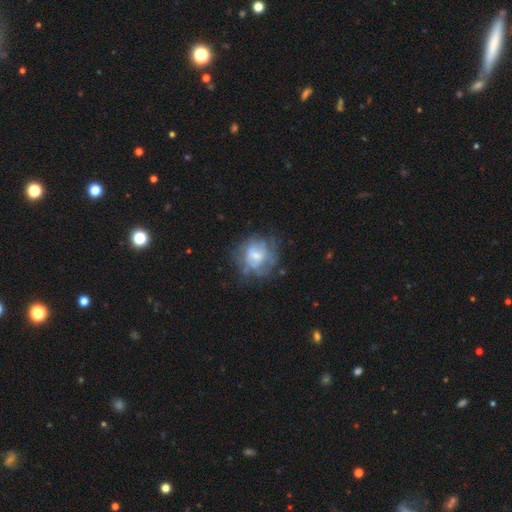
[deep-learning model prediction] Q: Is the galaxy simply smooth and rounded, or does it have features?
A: featured or disk — 54%.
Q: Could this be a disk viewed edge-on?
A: no — 97%.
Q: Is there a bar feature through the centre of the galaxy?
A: no — 57%.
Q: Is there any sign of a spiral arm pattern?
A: no — 60%.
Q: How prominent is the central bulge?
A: small — 43%.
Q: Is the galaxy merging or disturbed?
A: none — 53%.